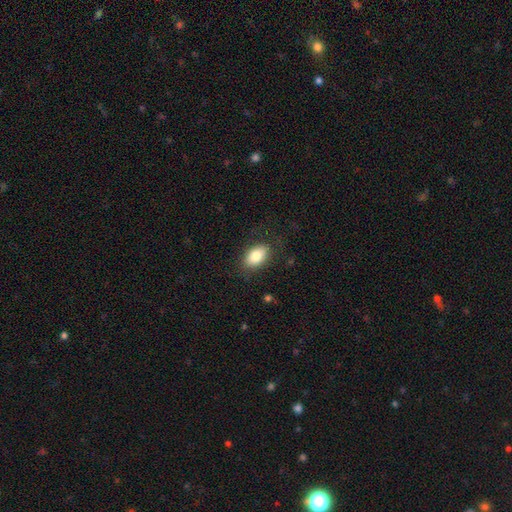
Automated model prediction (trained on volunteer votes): Smooth or featured? Predicted: smooth (p=0.81). How rounded? Predicted: in between (p=0.90). Merging? Predicted: none (p=0.82).